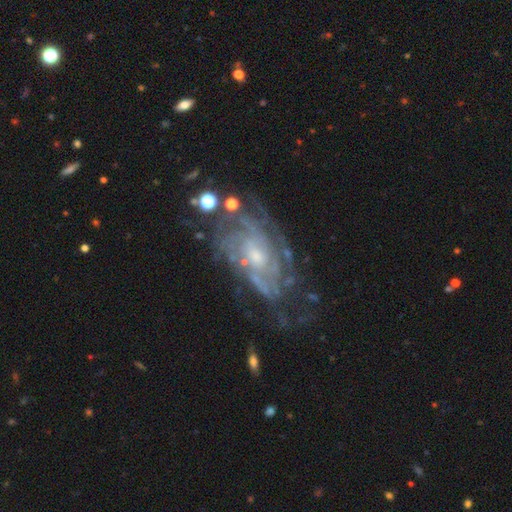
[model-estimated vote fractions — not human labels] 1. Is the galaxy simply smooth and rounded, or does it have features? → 85% featured or disk, 8% star or artifact, 7% smooth.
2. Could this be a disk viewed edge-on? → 95% no, 5% yes.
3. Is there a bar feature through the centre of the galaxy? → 66% no, 28% weak, 6% strong.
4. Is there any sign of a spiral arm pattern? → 92% yes, 8% no.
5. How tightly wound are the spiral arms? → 62% tight, 30% medium, 8% loose.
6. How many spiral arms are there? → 46% can't tell, 14% 2, 13% 3, 13% 4, 7% more than 4, 5% 1.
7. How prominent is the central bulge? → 56% small, 37% moderate, 4% none, 2% large, 1% dominant.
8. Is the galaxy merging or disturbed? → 62% none, 20% minor disturbance, 14% major disturbance, 4% merger.